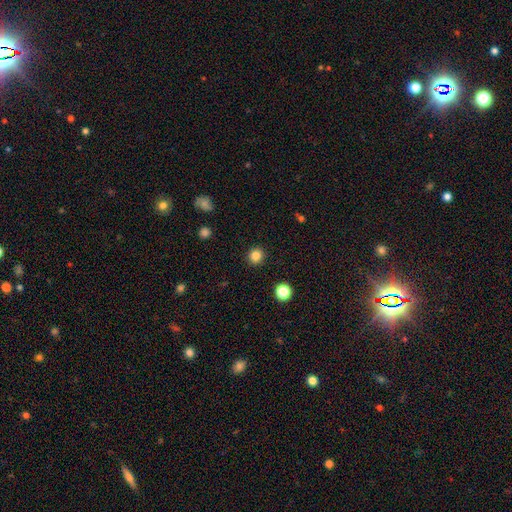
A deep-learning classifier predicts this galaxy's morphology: Smooth or featured: smooth — 84% (star or artifact — 12%)
How rounded: round — 92% (in between — 7%)
Merging: none — 92% (minor disturbance — 5%)